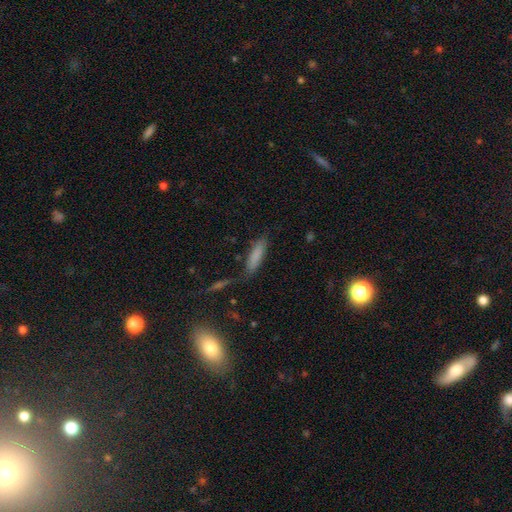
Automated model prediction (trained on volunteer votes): A smooth galaxy with no disk features (79%) that is cigar-shaped (66%).

Vote fractions:
- Smooth or featured? smooth: 79% / featured or disk: 11% / star or artifact: 9%
- How rounded? cigar-shaped: 66% / in between: 32% / round: 2%
- Merging? none: 70% / minor disturbance: 18% / merger: 7% / major disturbance: 6%